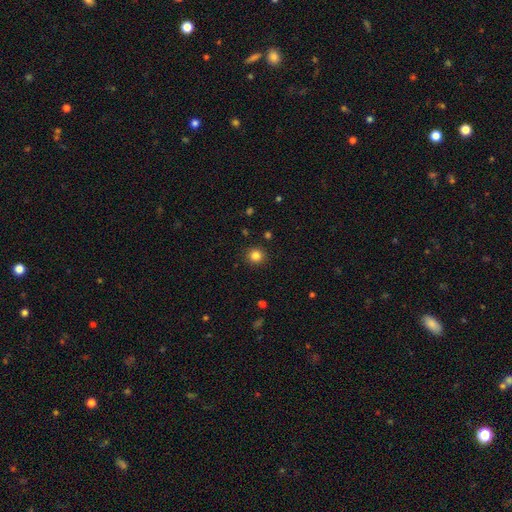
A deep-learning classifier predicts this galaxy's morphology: smooth-or-featured: smooth: 83% | star or artifact: 12% | featured or disk: 5%
  how-rounded: round: 93% | in between: 6% | cigar-shaped: 1%
  merging: none: 91% | minor disturbance: 6% | major disturbance: 2% | merger: 1%